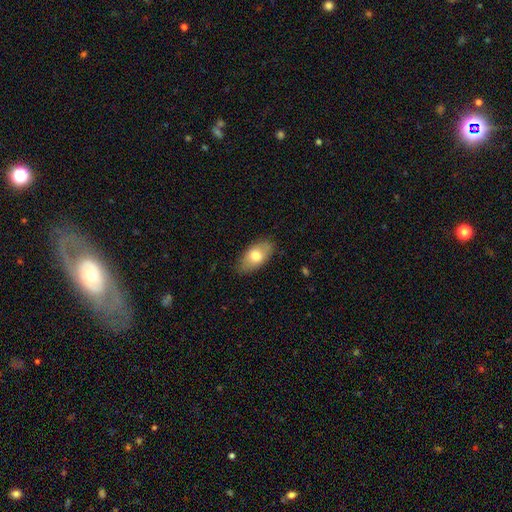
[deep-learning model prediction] This is likely a smooth galaxy (74%). How rounded: clearly in between (93%). Merging: clearly none (83%).